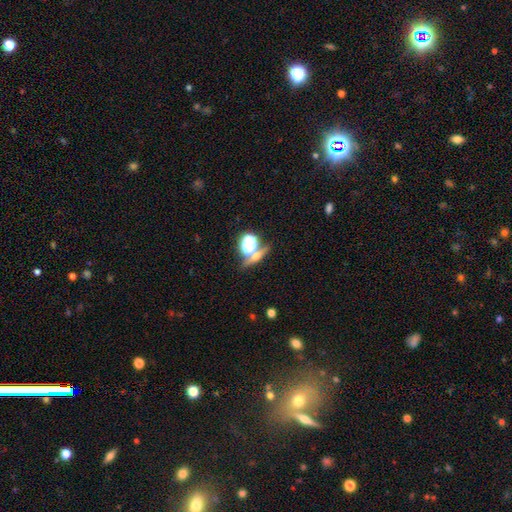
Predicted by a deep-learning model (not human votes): Smooth or featured? smooth (42%)
Merging? none (66%)